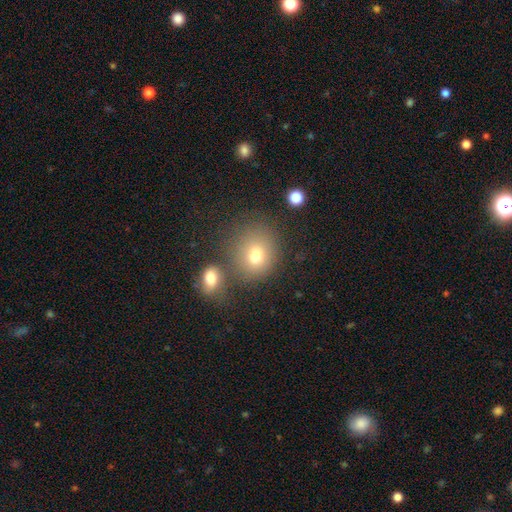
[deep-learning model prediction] Overall: smooth (76%). How rounded: round (75%). Merging: none (63%).